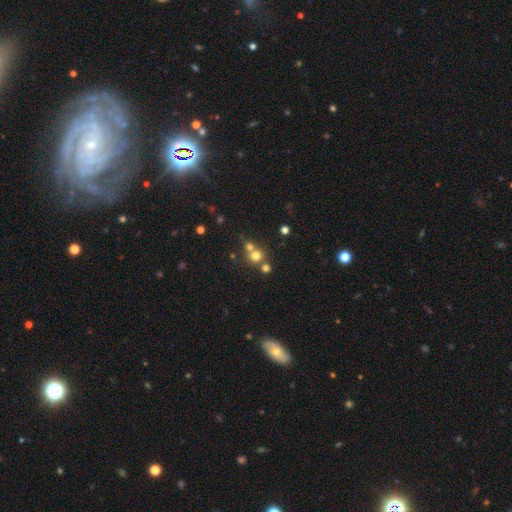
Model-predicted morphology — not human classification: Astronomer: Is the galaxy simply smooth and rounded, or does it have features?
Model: smooth — 67%.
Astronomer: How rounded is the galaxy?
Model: round — 87%.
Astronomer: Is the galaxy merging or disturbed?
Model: none — 48% (runner-up: merger, 42%).